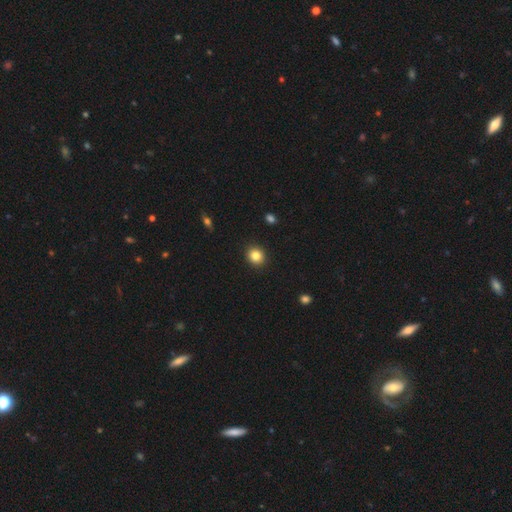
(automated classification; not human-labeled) Morphology: type=smooth (84%); roundness=round (80%); merging=none (92%).